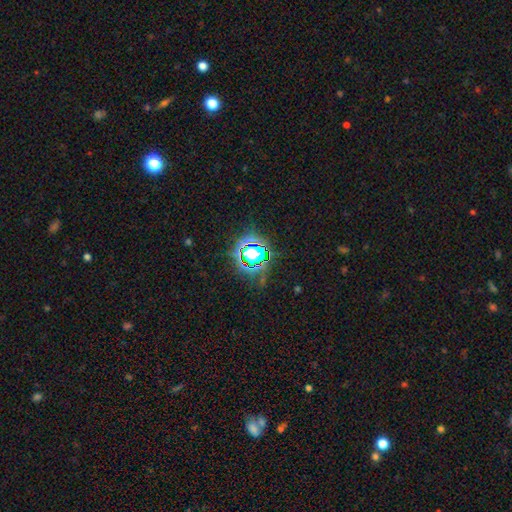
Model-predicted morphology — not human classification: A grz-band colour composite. It shows a star or artifact, not a galaxy (64%).